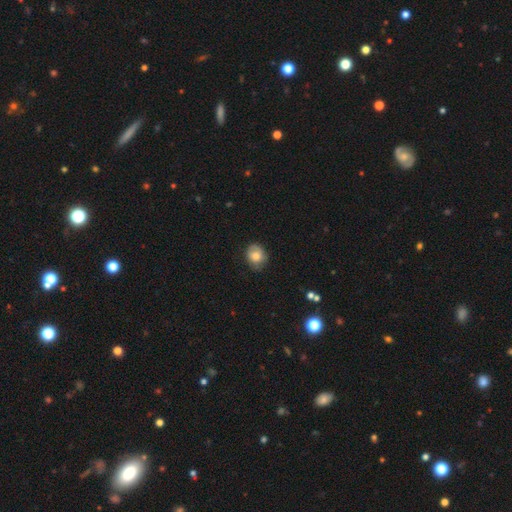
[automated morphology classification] This appears to be a smooth galaxy with no disk features (76%) that is round (59%). Merging: none (70%).